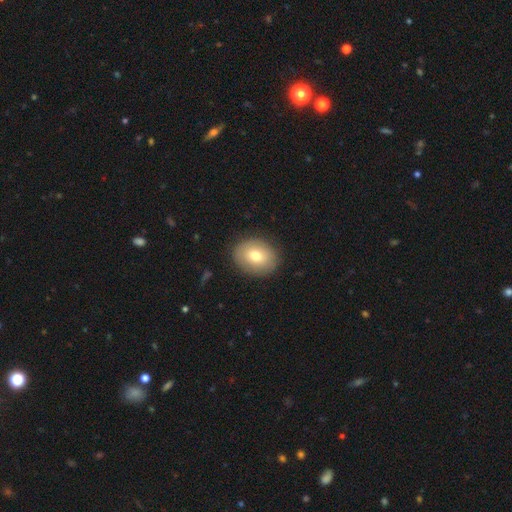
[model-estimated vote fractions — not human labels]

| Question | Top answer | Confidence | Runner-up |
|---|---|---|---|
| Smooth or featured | smooth | 75% | featured or disk (17%) |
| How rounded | round | 55% | in between (44%) |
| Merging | none | 87% | minor disturbance (9%) |